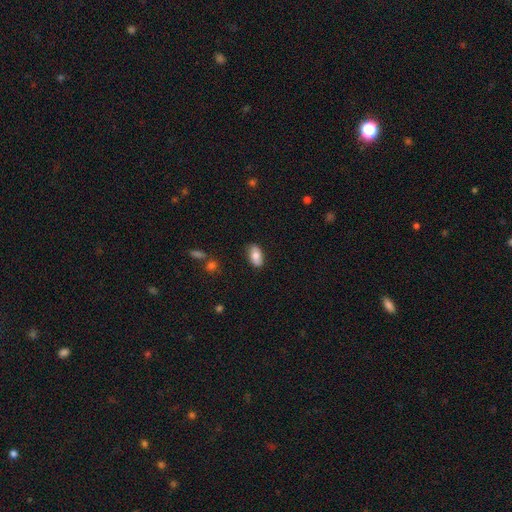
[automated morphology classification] smooth_or_featured: smooth (p=0.79) [alt: featured or disk p=0.14]
how_rounded: in between (p=0.92) [alt: cigar-shaped p=0.05]
merging: none (p=0.85) [alt: minor disturbance p=0.12]